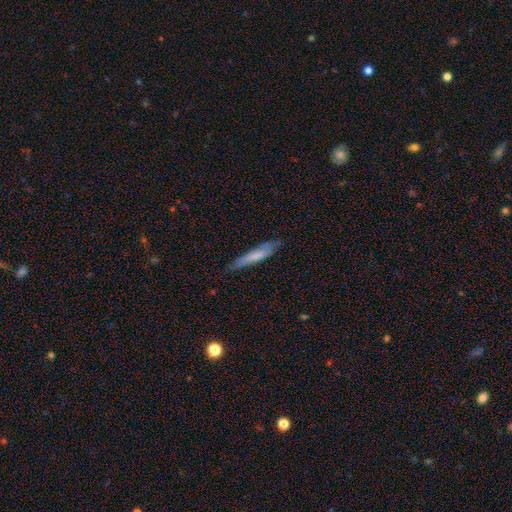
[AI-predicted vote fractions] smooth-or-featured: smooth: 65% | featured or disk: 29% | star or artifact: 6%
  how-rounded: cigar-shaped: 89% | in between: 10% | round: 1%
  merging: none: 74% | minor disturbance: 20% | major disturbance: 4% | merger: 2%